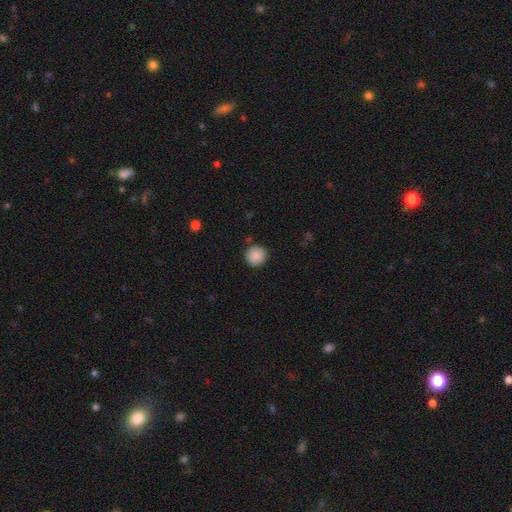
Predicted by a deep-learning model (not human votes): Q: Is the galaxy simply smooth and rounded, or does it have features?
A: smooth — 88%.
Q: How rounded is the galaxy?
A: round — 94%.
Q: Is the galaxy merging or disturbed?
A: none — 89%.